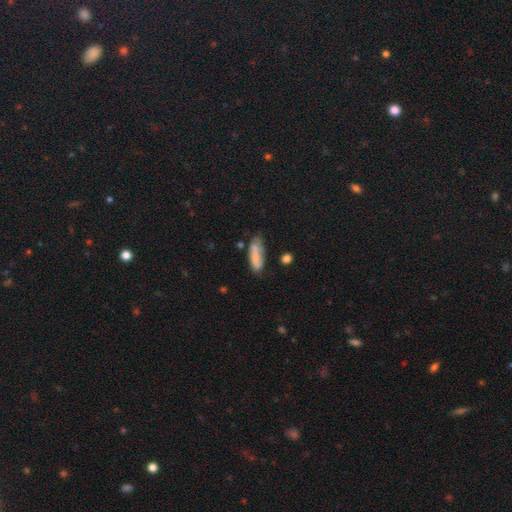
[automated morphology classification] This appears to be a smooth galaxy with no disk features (77%) that is in between round and cigar-shaped (59%). Merging: none (54%).